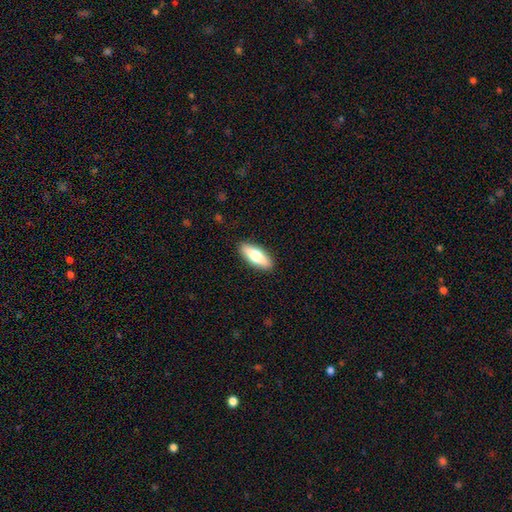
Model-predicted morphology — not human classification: A smooth galaxy with no disk features (68%) that is in between round and cigar-shaped (63%).

Vote fractions:
- Smooth or featured? smooth: 68% / featured or disk: 26% / star or artifact: 6%
- How rounded? in between: 63% / cigar-shaped: 34% / round: 2%
- Merging? none: 89% / minor disturbance: 8% / major disturbance: 2% / merger: 1%